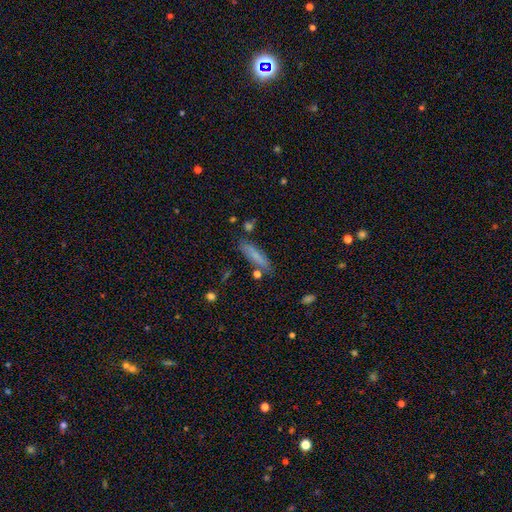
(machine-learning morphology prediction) The model was most divided on "how rounded": cigar-shaped: 71%, in between: 27%, round: 2%. More confident: merging — none (79%); smooth or featured — smooth (73%).